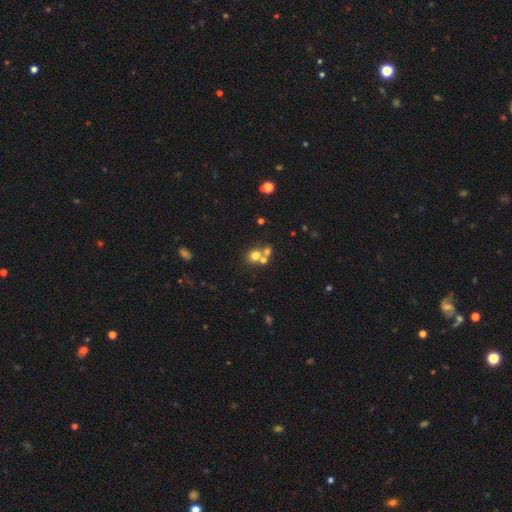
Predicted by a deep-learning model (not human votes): Smooth or featured?
  - smooth: 67% *
  - star or artifact: 17%
  - featured or disk: 16%
How rounded?
  - round: 80% *
  - in between: 19%
  - cigar-shaped: 1%
Merging?
  - none: 45% * (tied)
  - merger: 45% * (tied)
  - minor disturbance: 7%
  - major disturbance: 4%